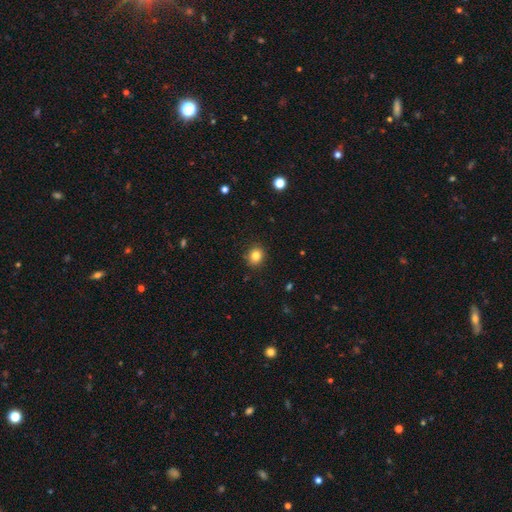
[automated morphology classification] type=smooth (83%); roundness=round (71%); merging=none (89%).